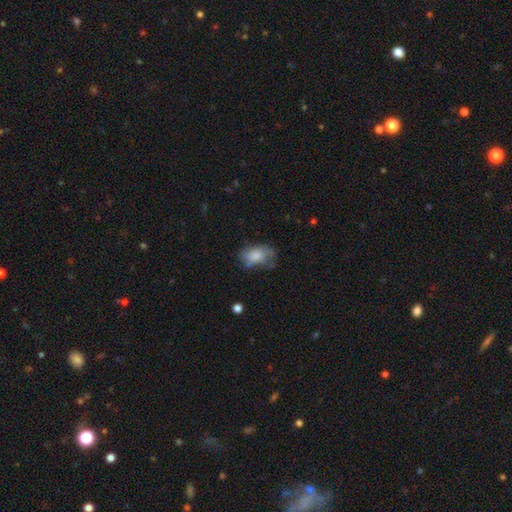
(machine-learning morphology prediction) Overall: smooth (72%). How rounded: in between (88%). Merging: none (41%; minor disturbance 33%).